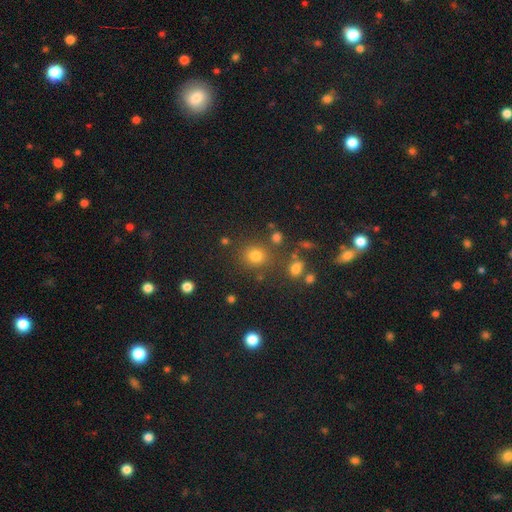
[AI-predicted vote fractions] Smooth or featured?
  - smooth: 72% *
  - star or artifact: 21%
  - featured or disk: 7%
How rounded?
  - round: 85% *
  - in between: 14%
  - cigar-shaped: 1%
Merging?
  - none: 80% *
  - minor disturbance: 9%
  - merger: 8%
  - major disturbance: 4%